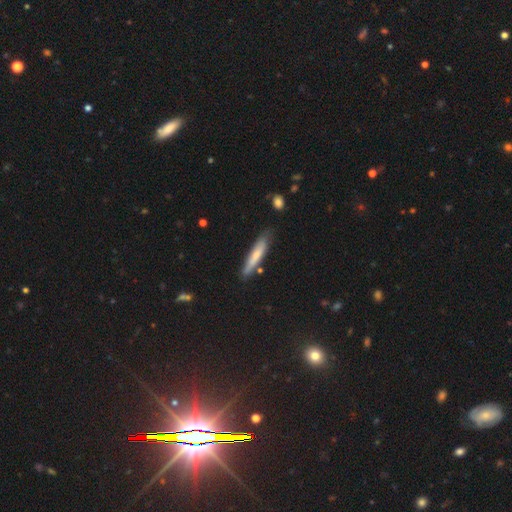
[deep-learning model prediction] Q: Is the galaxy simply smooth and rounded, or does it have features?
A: smooth — 64%.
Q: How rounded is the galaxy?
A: cigar-shaped — 86%.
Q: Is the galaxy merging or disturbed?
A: none — 72%.